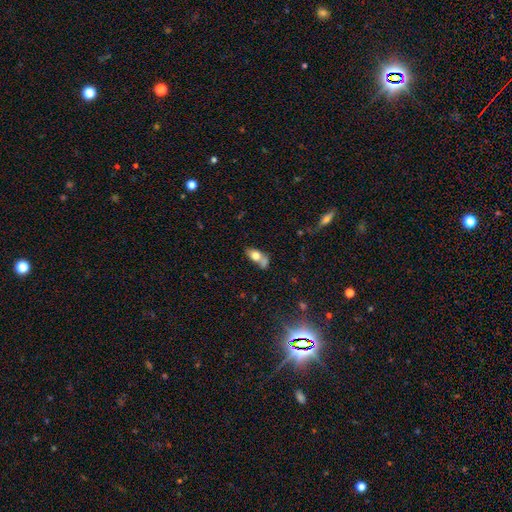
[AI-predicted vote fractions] This appears to be a smooth galaxy with no disk features (68%) that is in between round and cigar-shaped (81%). Merging: none (37%).